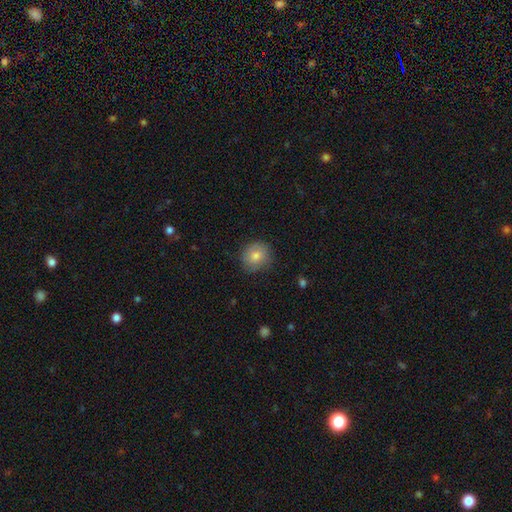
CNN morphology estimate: smooth 78%, featured or disk 12%, star or artifact 10%. Down the decision tree: how rounded — round (83%); merging — none (82%).